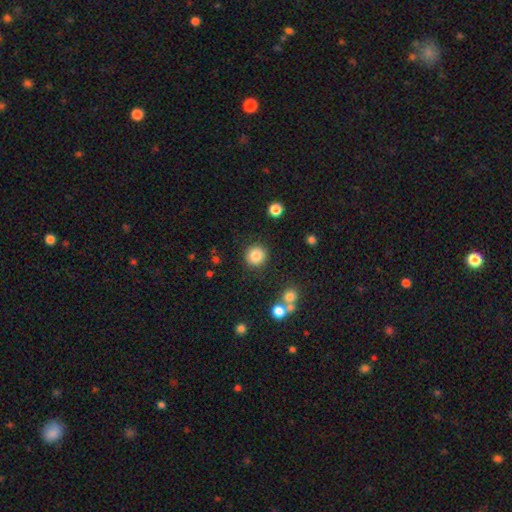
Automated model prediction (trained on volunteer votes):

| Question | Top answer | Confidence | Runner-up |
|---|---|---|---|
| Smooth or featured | smooth | 85% | star or artifact (10%) |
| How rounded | round | 93% | in between (6%) |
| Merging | none | 87% | minor disturbance (7%) |